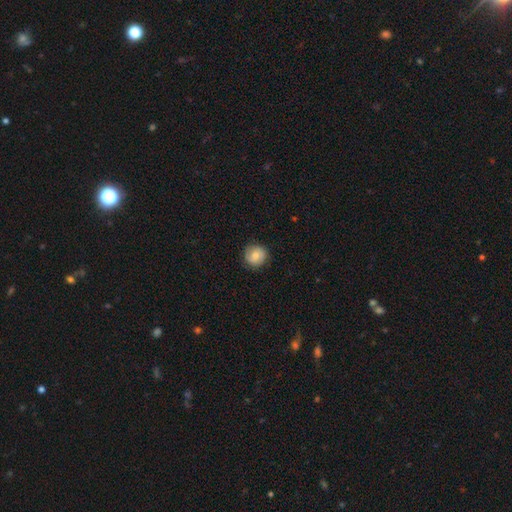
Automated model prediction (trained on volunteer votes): This appears to be a smooth galaxy with no disk features (63%) that is round (90%). Merging: none (84%).